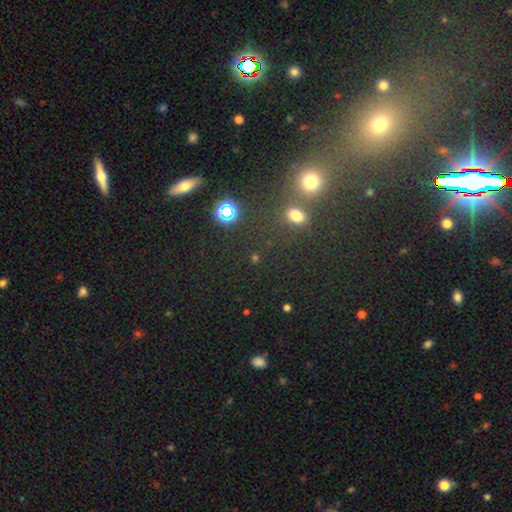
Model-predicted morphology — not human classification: This is possibly a smooth galaxy (50%). Merging: likely none (74%).